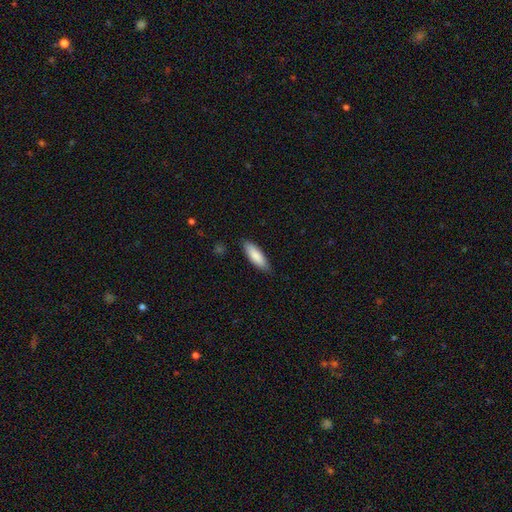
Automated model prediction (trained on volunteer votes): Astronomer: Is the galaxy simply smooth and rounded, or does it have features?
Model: smooth — 86%.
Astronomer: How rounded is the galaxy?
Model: in between — 57% (runner-up: cigar-shaped, 42%).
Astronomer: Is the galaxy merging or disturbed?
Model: none — 86%.